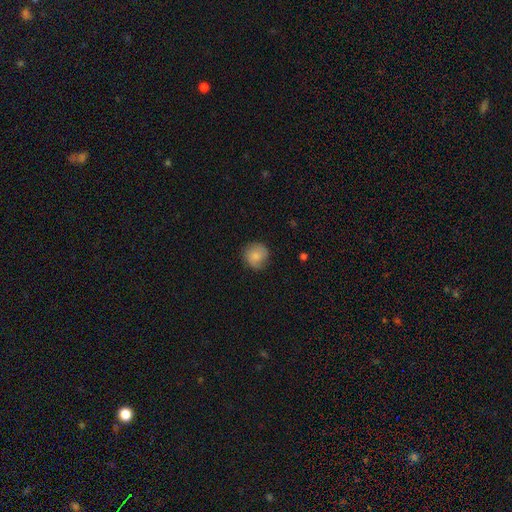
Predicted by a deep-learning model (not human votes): Smooth or featured? Predicted: smooth (p=0.80). How rounded? Predicted: round (p=0.90). Merging? Predicted: none (p=0.78).